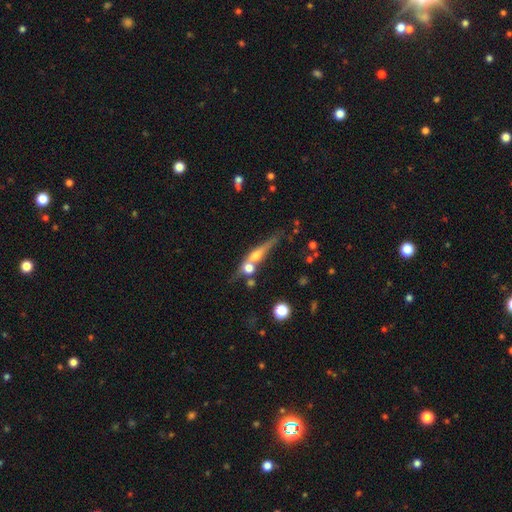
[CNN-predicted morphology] type=featured or disk (56%); edge-on=yes (85%); merging=none (45%).